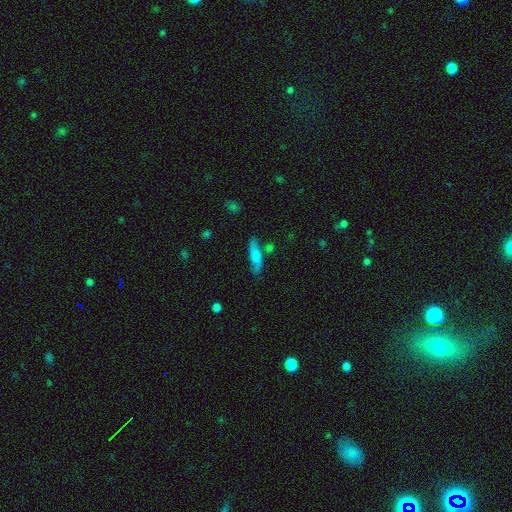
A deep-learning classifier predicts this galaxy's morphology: Q: Smooth or featured?
A: smooth (65%); runner-up: featured or disk (28%)
Q: How rounded?
A: cigar-shaped (66%); runner-up: in between (31%)
Q: Merging?
A: none (66%); runner-up: minor disturbance (21%)